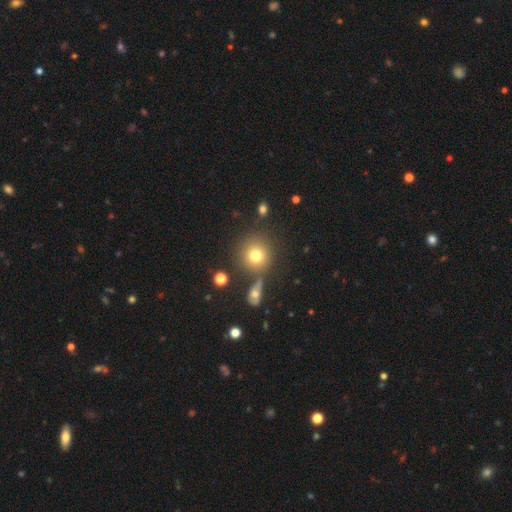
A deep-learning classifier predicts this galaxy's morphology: Smooth or featured?
  - smooth: 76% *
  - star or artifact: 12%
  - featured or disk: 11%
How rounded?
  - round: 90% *
  - in between: 8%
  - cigar-shaped: 1%
Merging?
  - none: 74% *
  - merger: 11%
  - minor disturbance: 10%
  - major disturbance: 5%